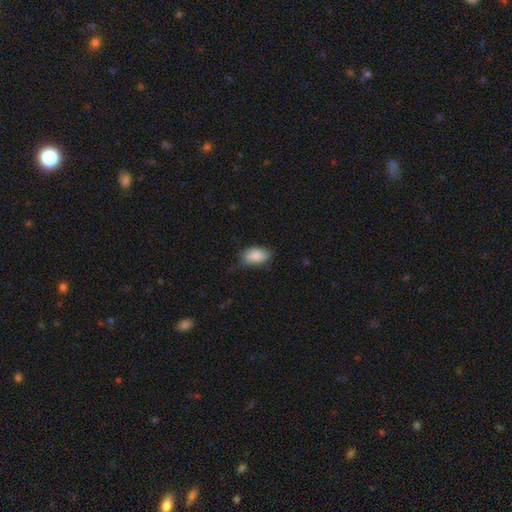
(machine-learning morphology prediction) The model was most divided on "merging": none: 61%, minor disturbance: 31%, major disturbance: 7%, merger: 1%. More confident: how rounded — in between (91%); smooth or featured — smooth (87%).